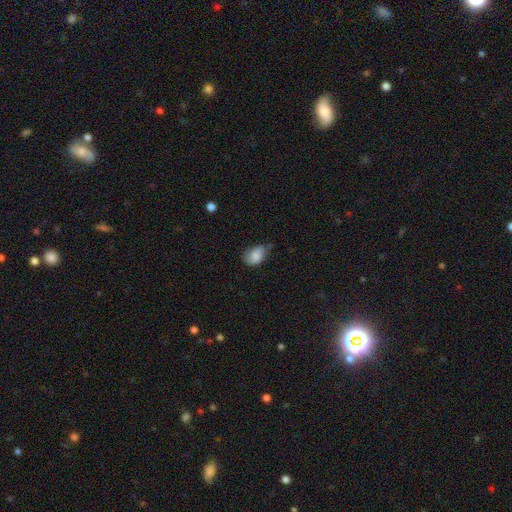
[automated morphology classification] Q: Smooth or featured?
A: smooth (79%); runner-up: featured or disk (12%)
Q: How rounded?
A: in between (81%); runner-up: round (18%)
Q: Merging?
A: none (52%); runner-up: minor disturbance (36%)